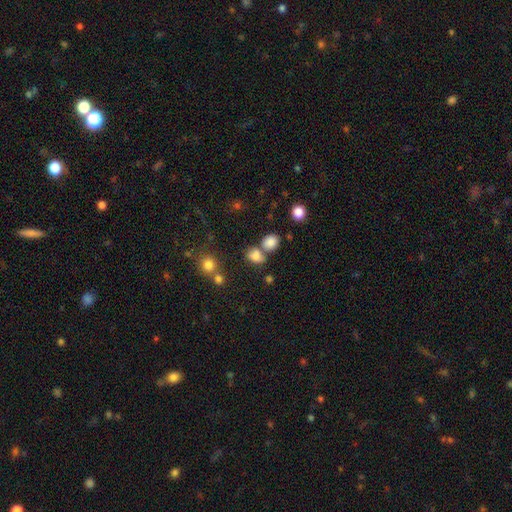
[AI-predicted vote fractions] This appears to be a smooth galaxy with no disk features (80%) that is in between round and cigar-shaped (61%). Merging: none (47%).